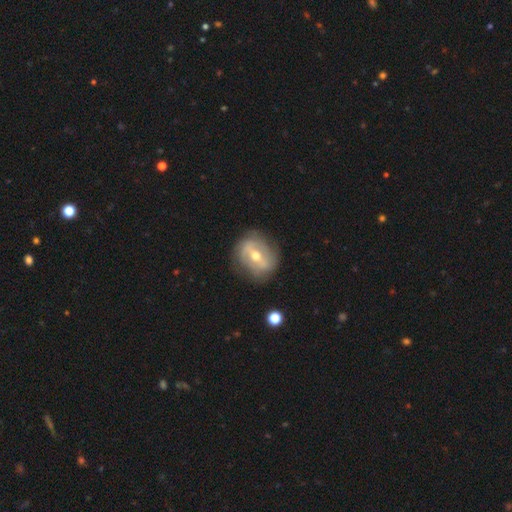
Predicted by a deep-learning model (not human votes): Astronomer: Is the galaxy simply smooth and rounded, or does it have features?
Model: featured or disk — 70%.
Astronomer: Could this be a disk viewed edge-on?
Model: no — 92%.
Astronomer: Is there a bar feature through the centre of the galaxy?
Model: strong — 52% (runner-up: weak, 33%).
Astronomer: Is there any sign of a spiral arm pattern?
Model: no — 52% (runner-up: yes, 48%).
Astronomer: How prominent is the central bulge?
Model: moderate — 66%.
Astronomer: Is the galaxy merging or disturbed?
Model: none — 75%.